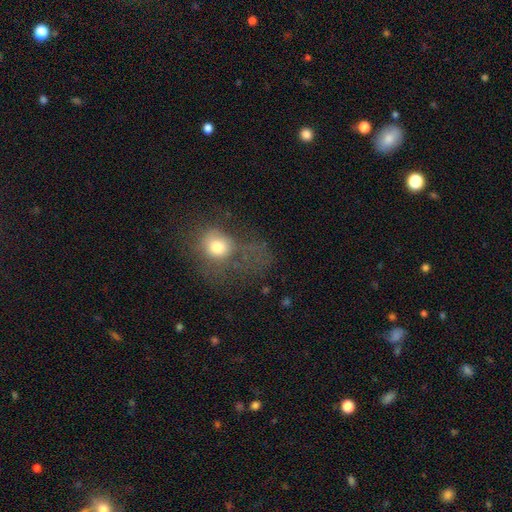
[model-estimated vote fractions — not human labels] Q: Smooth or featured?
A: smooth (57%); runner-up: featured or disk (23%)
Q: How rounded?
A: round (62%); runner-up: in between (36%)
Q: Merging?
A: major disturbance (50%); runner-up: none (27%)